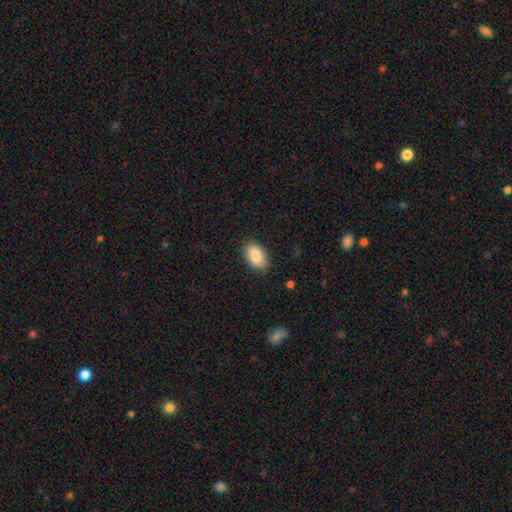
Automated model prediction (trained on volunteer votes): The model was most divided on "merging": none: 83%, minor disturbance: 13%, major disturbance: 3%, merger: 1%. More confident: how rounded — in between (92%); smooth or featured — smooth (86%).